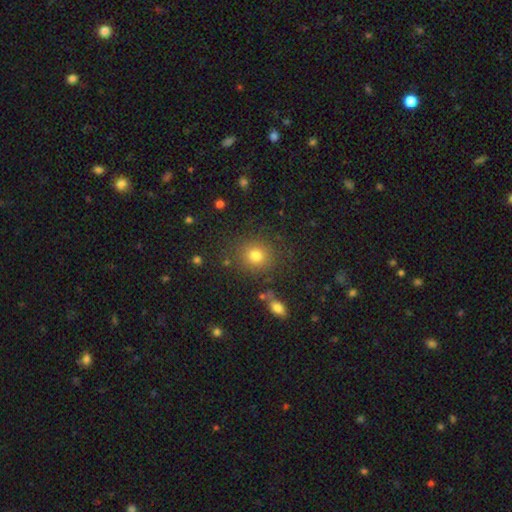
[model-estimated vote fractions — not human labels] Smooth or featured: smooth — 79% (star or artifact — 14%)
How rounded: round — 83% (in between — 16%)
Merging: none — 83% (minor disturbance — 9%)